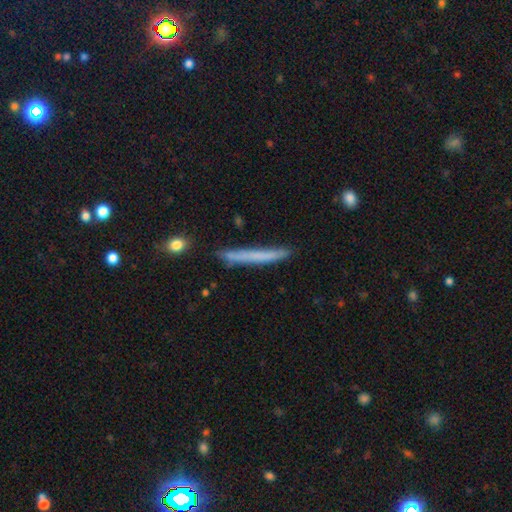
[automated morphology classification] smooth_or_featured: smooth (p=0.60) [alt: featured or disk p=0.32]
how_rounded: cigar-shaped (p=0.97) [alt: in between p=0.02]
merging: none (p=0.87) [alt: minor disturbance p=0.10]